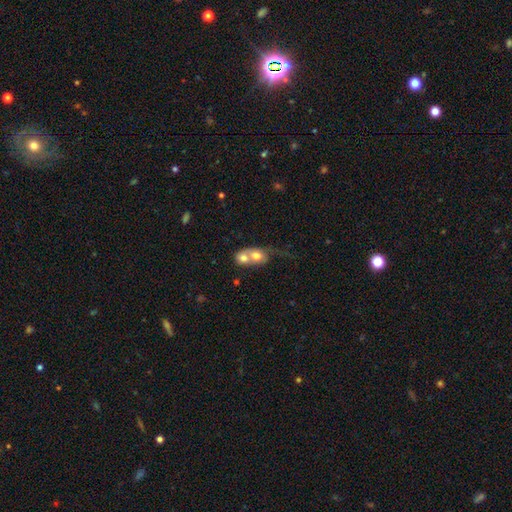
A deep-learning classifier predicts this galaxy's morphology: type=smooth (64%); roundness=in between (51%); merging=merger (78%).